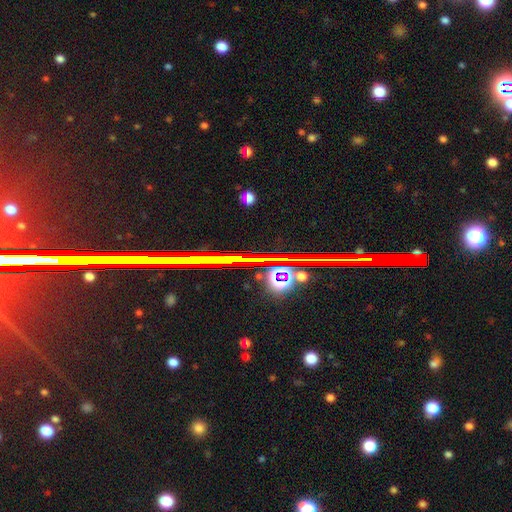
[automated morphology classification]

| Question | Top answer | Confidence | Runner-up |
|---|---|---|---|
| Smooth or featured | star or artifact | 75% | featured or disk (16%) |